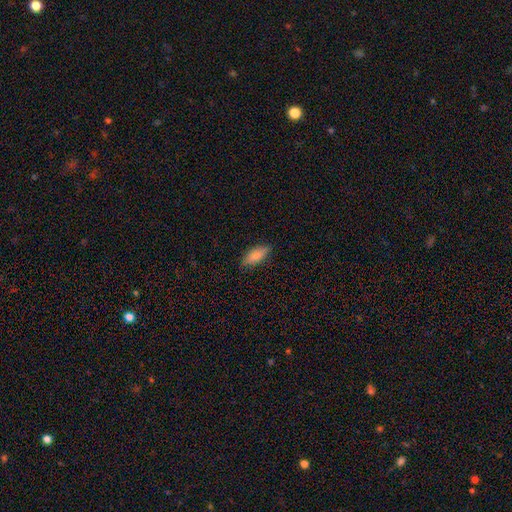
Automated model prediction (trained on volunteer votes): Smooth or featured: smooth — 84% (featured or disk — 9%)
How rounded: in between — 73% (cigar-shaped — 25%)
Merging: none — 84% (minor disturbance — 13%)